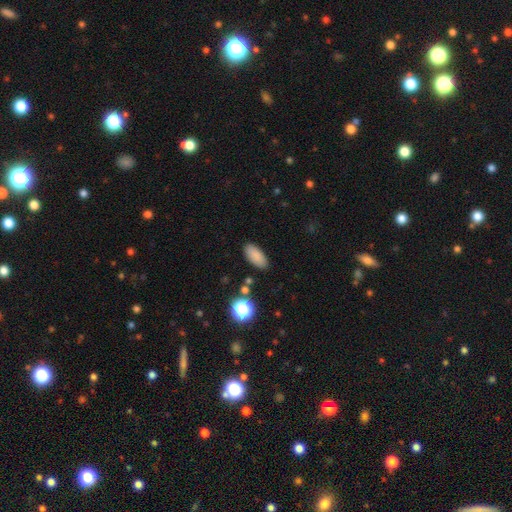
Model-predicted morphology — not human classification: Smooth or featured: smooth — 84% (star or artifact — 10%)
How rounded: in between — 87% (cigar-shaped — 10%)
Merging: none — 87% (minor disturbance — 9%)